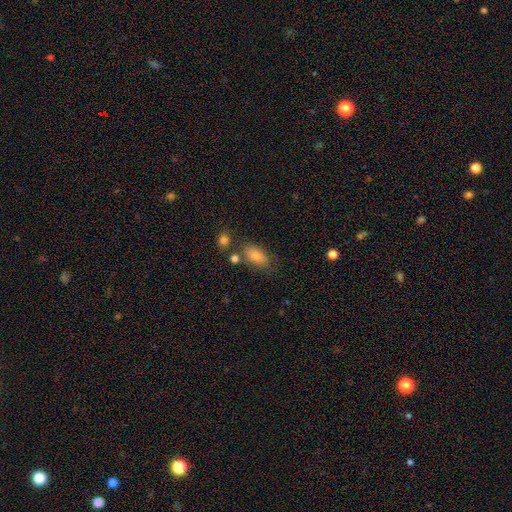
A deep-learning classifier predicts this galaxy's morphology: Smooth or featured?
  - smooth: 76% *
  - featured or disk: 14%
  - star or artifact: 10%
How rounded?
  - in between: 87% *
  - cigar-shaped: 6%
  - round: 6%
Merging?
  - none: 69% *
  - minor disturbance: 16%
  - merger: 10%
  - major disturbance: 5%